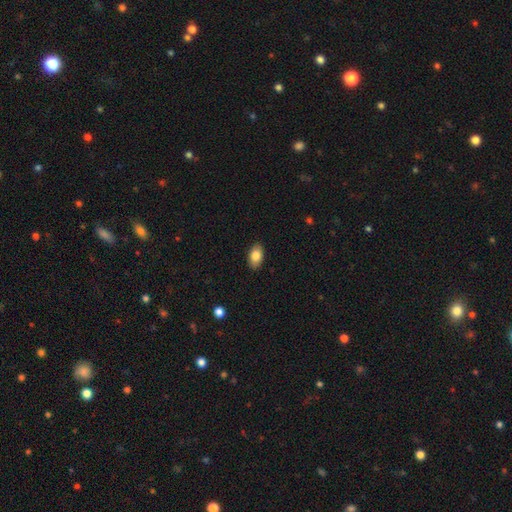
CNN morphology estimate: Overall: smooth (83%). How rounded: in between (91%). Merging: none (88%).